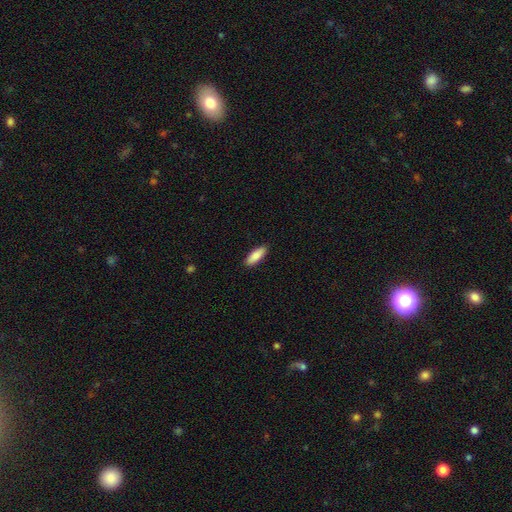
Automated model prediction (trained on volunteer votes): Morphology: type=smooth (85%); roundness=in between (62%); merging=none (90%).